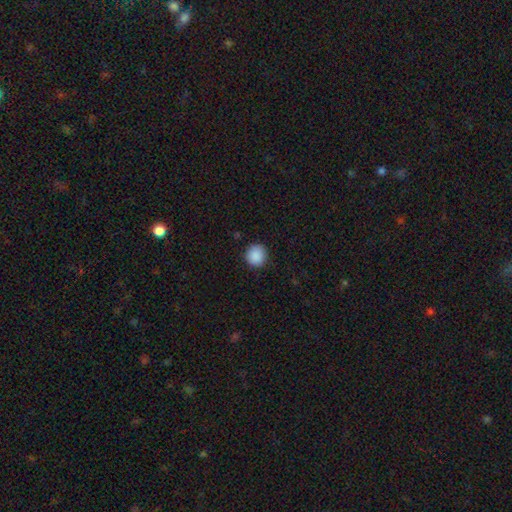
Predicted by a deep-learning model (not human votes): Morphology: type=smooth (89%); roundness=round (93%); merging=none (90%).